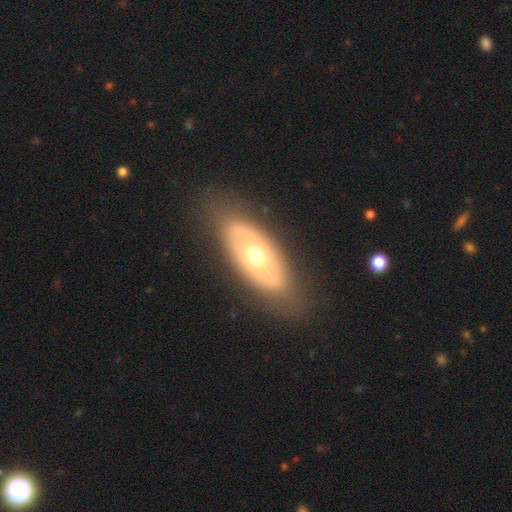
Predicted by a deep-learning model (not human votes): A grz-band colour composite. It shows a featured or disk galaxy (57%). Merging: none (84%).